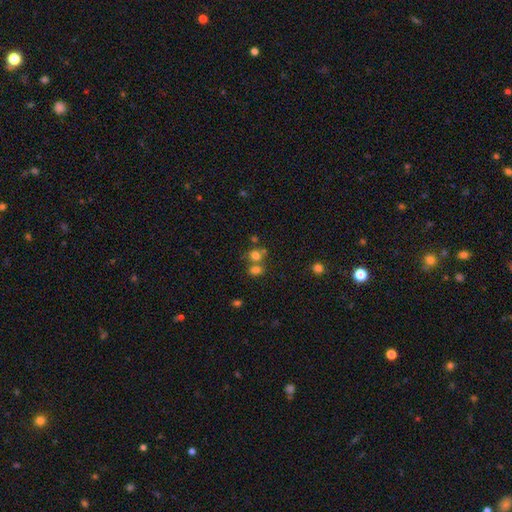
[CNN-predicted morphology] Smooth or featured? smooth (72%)
How rounded? round (64%)
Merging? merger (45%)